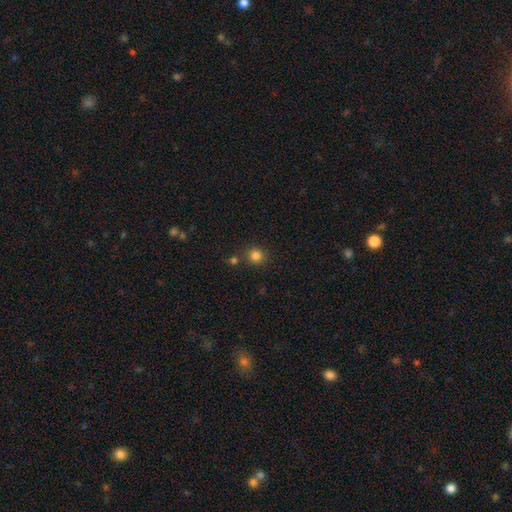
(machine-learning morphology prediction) This is clearly a smooth galaxy (82%). How rounded: clearly round (91%). Merging: clearly none (82%).